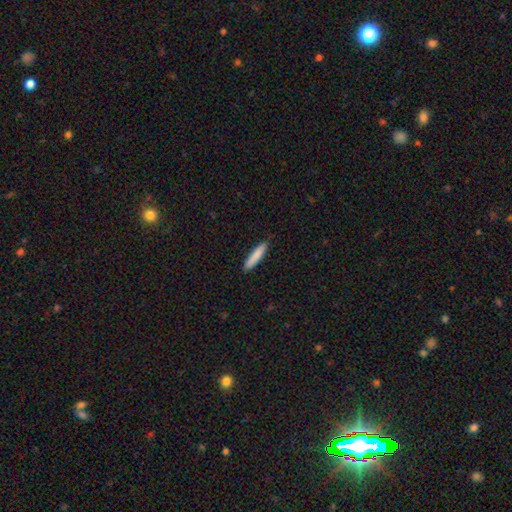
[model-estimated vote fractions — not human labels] This is clearly a smooth galaxy (85%). How rounded: clearly cigar-shaped (89%). Merging: clearly none (89%).